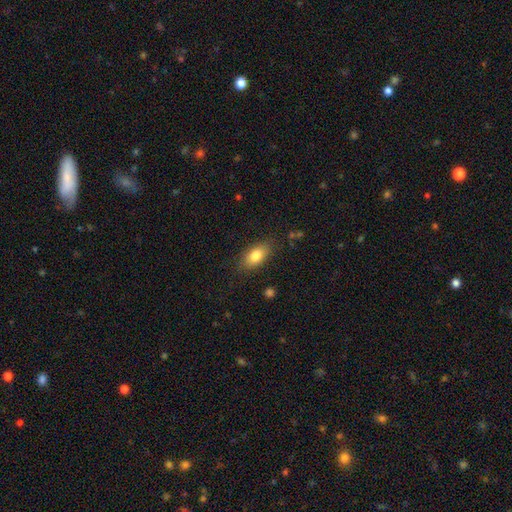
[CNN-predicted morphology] A smooth galaxy with no disk features (80%) that is in between round and cigar-shaped (87%). Merging: none (83%).